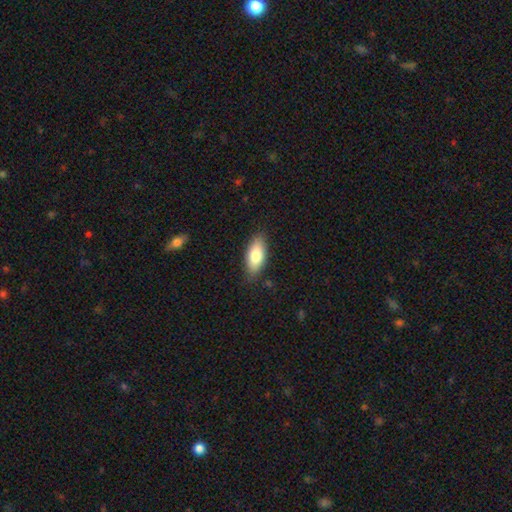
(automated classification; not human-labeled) Q: Smooth or featured?
A: smooth (79%); runner-up: featured or disk (15%)
Q: How rounded?
A: in between (84%); runner-up: cigar-shaped (13%)
Q: Merging?
A: none (84%); runner-up: minor disturbance (12%)